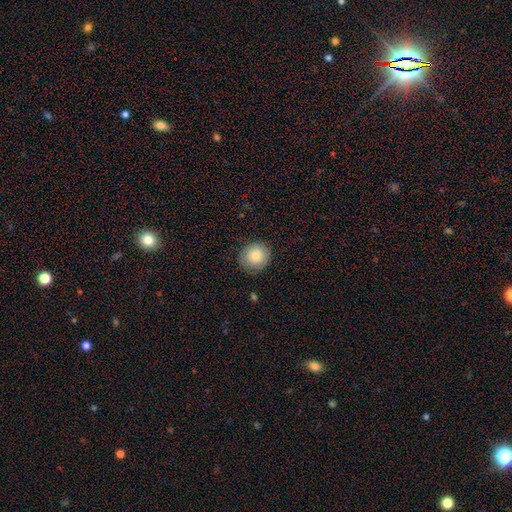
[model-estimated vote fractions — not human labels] Overall: smooth (76%). How rounded: round (89%). Merging: none (82%).